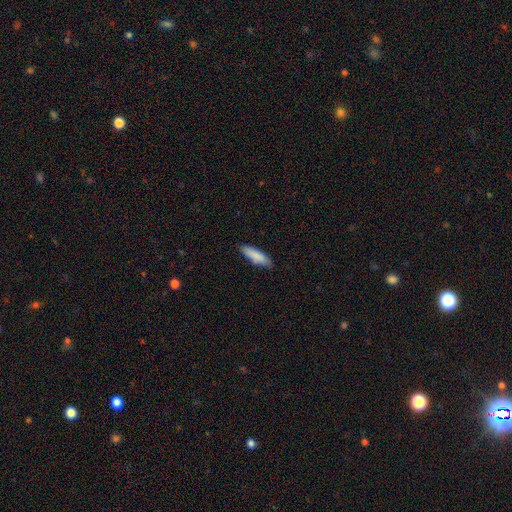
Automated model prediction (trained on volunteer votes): Smooth or featured?
  - smooth: 87% *
  - featured or disk: 8%
  - star or artifact: 6%
How rounded?
  - cigar-shaped: 61% *
  - in between: 37%
  - round: 1%
Merging?
  - none: 85% *
  - minor disturbance: 12%
  - major disturbance: 2%
  - merger: 1%